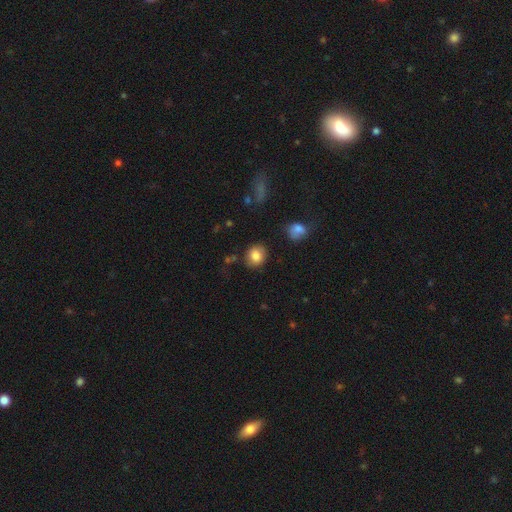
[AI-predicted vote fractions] The model was most divided on "how rounded": round: 70%, in between: 29%, cigar-shaped: 1%. More confident: smooth or featured — smooth (84%); merging — none (82%).